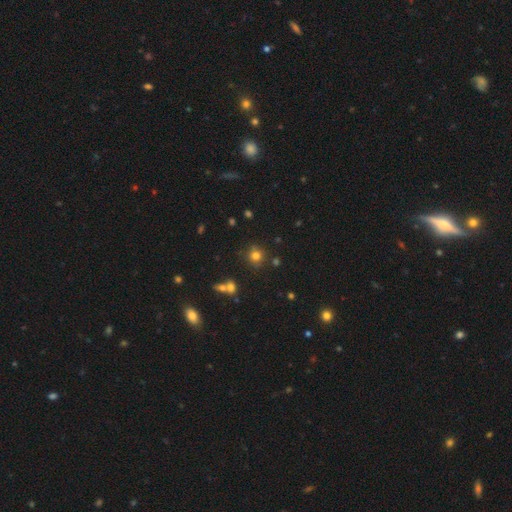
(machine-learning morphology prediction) type=smooth (75%); roundness=round (90%); merging=none (80%).